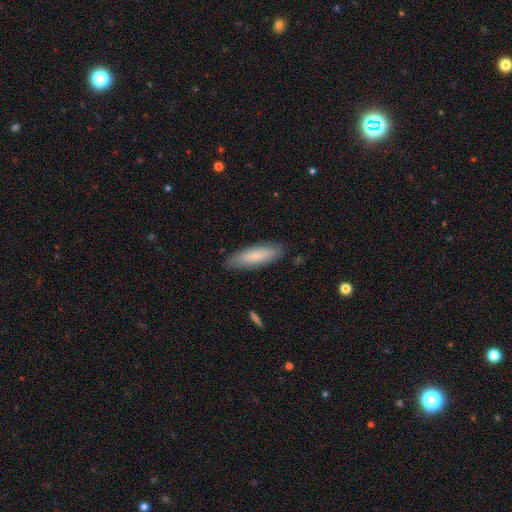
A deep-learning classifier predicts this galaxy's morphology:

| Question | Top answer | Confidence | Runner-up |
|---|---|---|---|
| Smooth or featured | smooth | 80% | featured or disk (15%) |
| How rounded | cigar-shaped | 61% | in between (38%) |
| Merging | none | 87% | minor disturbance (10%) |